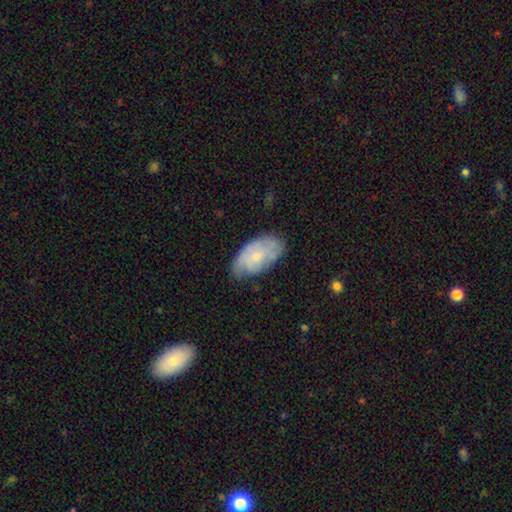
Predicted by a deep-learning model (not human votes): The model was most divided on "smooth or featured": smooth: 52%, featured or disk: 42%, star or artifact: 6%. More confident: how rounded — in between (93%); merging — none (61%).